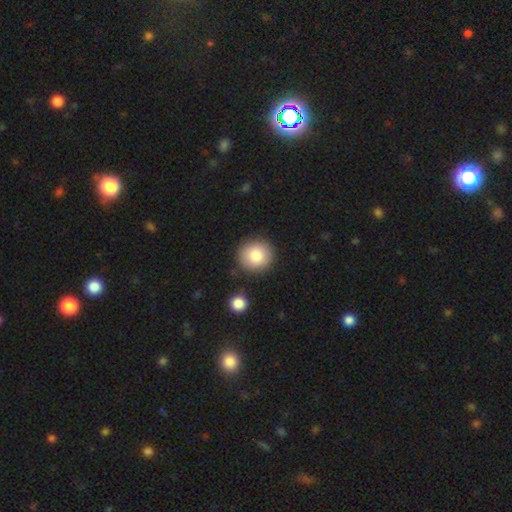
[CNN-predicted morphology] Smooth or featured? smooth (84%)
How rounded? round (89%)
Merging? none (85%)